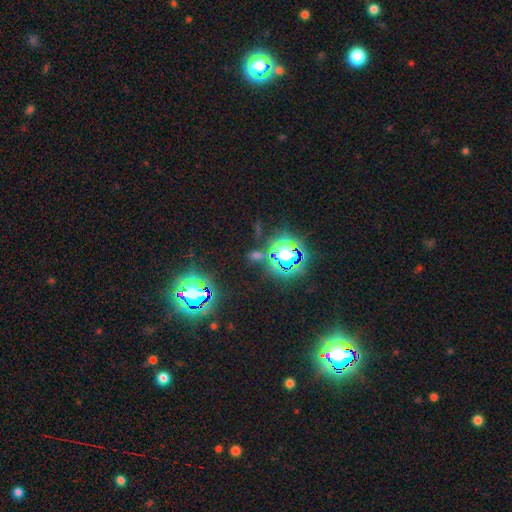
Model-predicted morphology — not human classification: smooth_or_featured: star or artifact (p=0.65) [alt: smooth p=0.26]